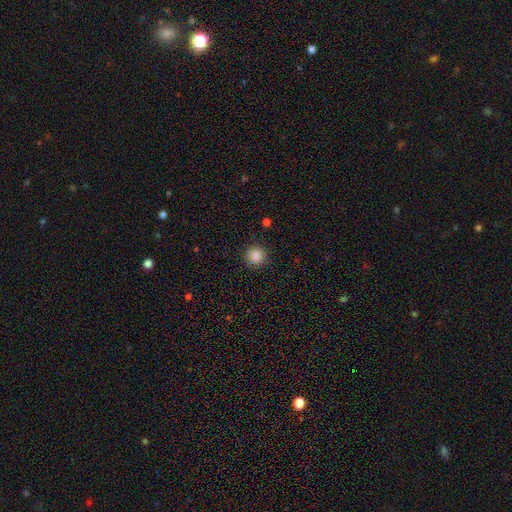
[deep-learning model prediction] Smooth or featured: smooth — 87% (star or artifact — 10%)
How rounded: round — 94% (in between — 5%)
Merging: none — 90% (minor disturbance — 6%)